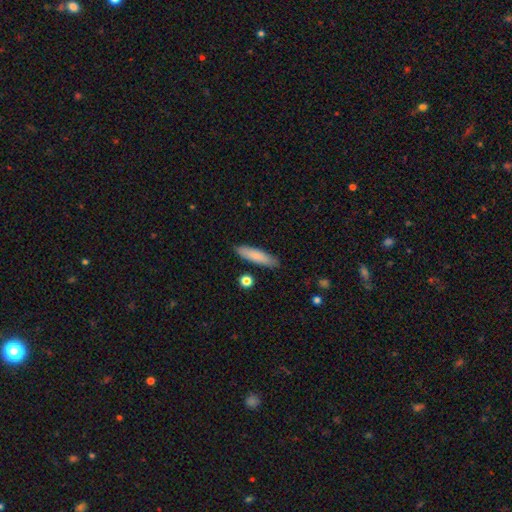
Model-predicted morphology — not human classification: smooth 80%, featured or disk 14%, star or artifact 6%. Down the decision tree: how rounded — cigar-shaped (75%); merging — none (86%).